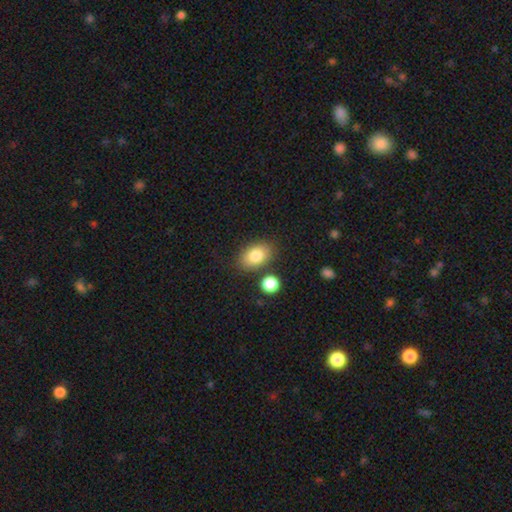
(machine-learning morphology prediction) Smooth or featured? smooth (83%)
How rounded? in between (86%)
Merging? none (77%)